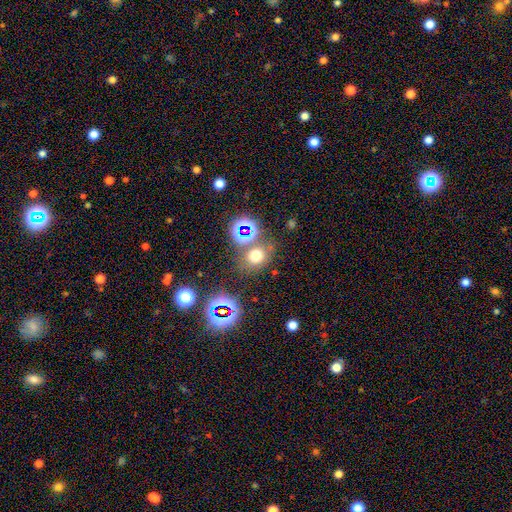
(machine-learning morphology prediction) smooth-or-featured: smooth: 60% | star or artifact: 30% | featured or disk: 10%
  how-rounded: round: 66% | in between: 33% | cigar-shaped: 1%
  merging: none: 68% | merger: 15% | minor disturbance: 11% | major disturbance: 6%